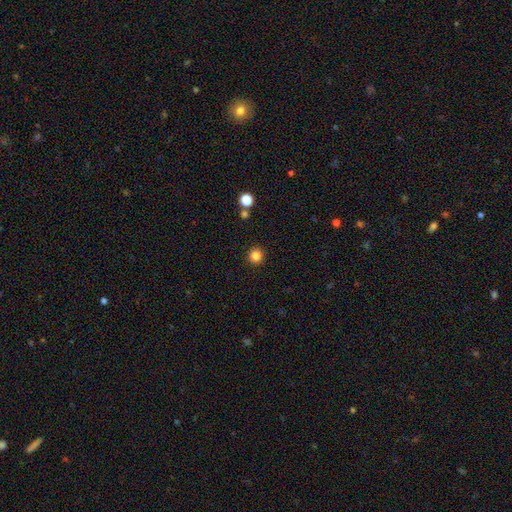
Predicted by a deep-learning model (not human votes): A smooth galaxy with no disk features (84%) that is round (95%). Merging: none (92%).